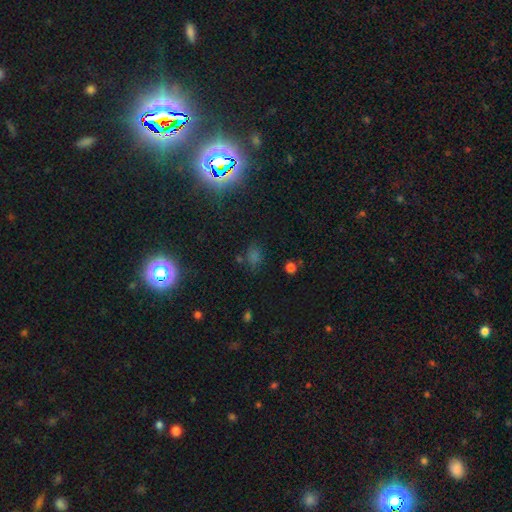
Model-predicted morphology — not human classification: A star or artifact, not a galaxy (58%).